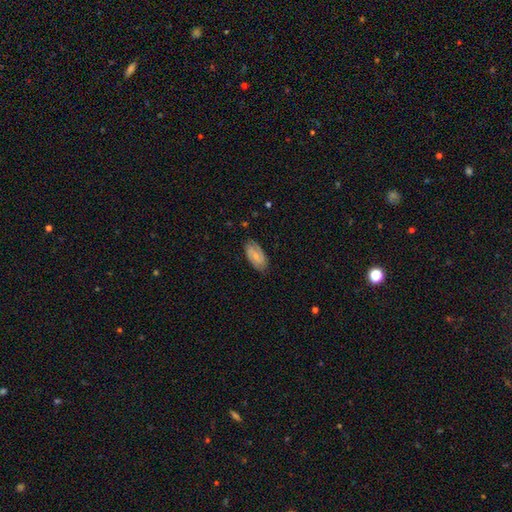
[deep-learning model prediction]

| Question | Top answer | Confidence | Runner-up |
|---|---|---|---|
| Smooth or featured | featured or disk | 67% | smooth (27%) |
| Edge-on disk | no | 95% | yes (5%) |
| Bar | weak | 49% | no (38%) |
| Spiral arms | yes | 91% | no (9%) |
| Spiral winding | tight | 46% | medium (41%) |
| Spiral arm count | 2 | 82% | can't tell (10%) |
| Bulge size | small | 60% | moderate (28%) |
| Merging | none | 80% | minor disturbance (15%) |